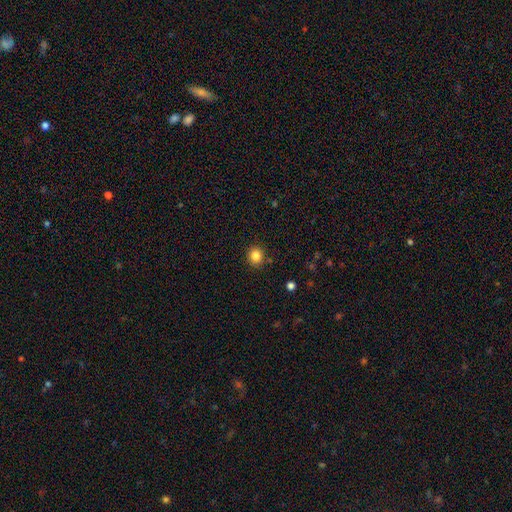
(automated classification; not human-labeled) Morphology: type=smooth (84%); roundness=round (87%); merging=none (88%).